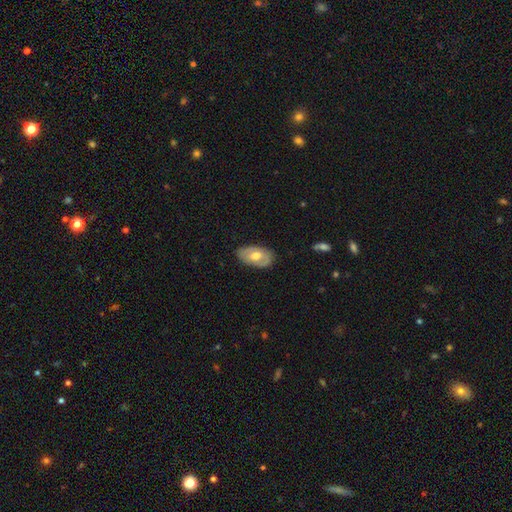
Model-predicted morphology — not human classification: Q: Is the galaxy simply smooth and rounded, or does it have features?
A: smooth — 52%.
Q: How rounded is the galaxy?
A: in between — 92%.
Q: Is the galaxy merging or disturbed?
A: none — 79%.